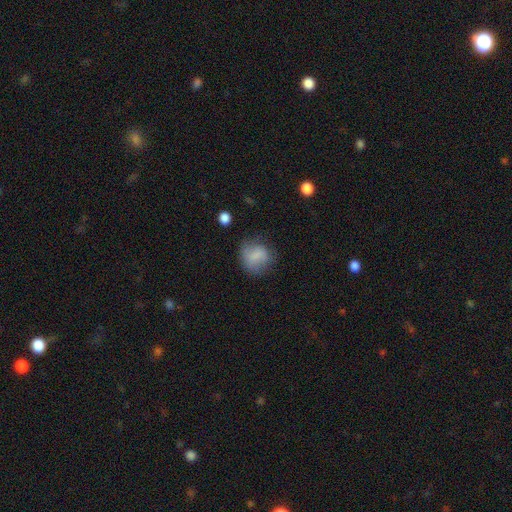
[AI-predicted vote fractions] Q: Smooth or featured?
A: smooth (77%); runner-up: featured or disk (14%)
Q: How rounded?
A: round (74%); runner-up: in between (25%)
Q: Merging?
A: none (58%); runner-up: minor disturbance (27%)